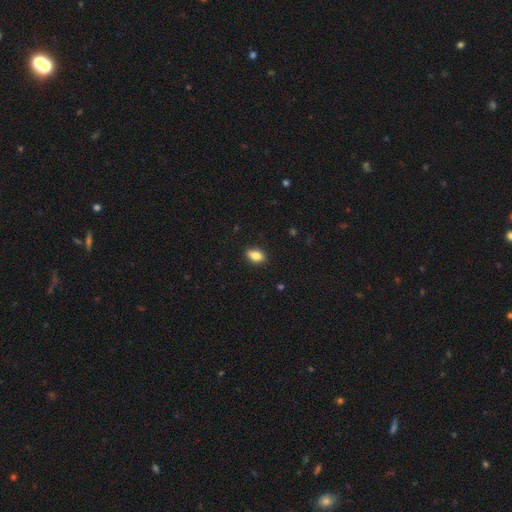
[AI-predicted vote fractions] smooth 83%, featured or disk 9%, star or artifact 8%. Down the decision tree: how rounded — in between (83%); merging — none (84%).